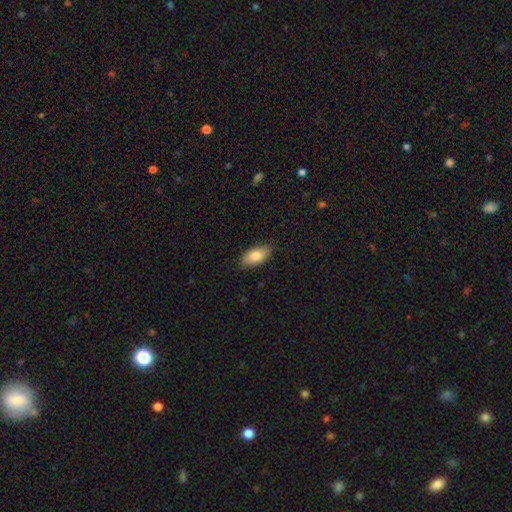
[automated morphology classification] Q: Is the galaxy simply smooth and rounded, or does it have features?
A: smooth — 83%.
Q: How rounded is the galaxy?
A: in between — 91%.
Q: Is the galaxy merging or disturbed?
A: none — 85%.